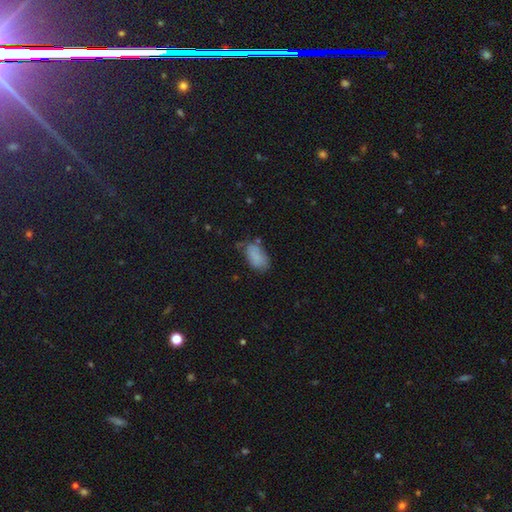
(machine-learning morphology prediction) Smooth or featured?
  - smooth: 81% *
  - featured or disk: 10%
  - star or artifact: 9%
How rounded?
  - in between: 93% *
  - round: 5%
  - cigar-shaped: 2%
Merging?
  - none: 51% *
  - minor disturbance: 33%
  - major disturbance: 11%
  - merger: 5%